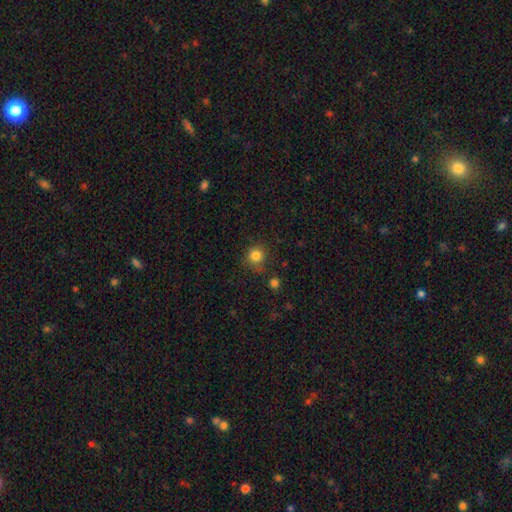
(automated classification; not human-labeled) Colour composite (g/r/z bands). It shows a smooth galaxy with no disk features (83%) that is round (91%). Merging: none (80%).